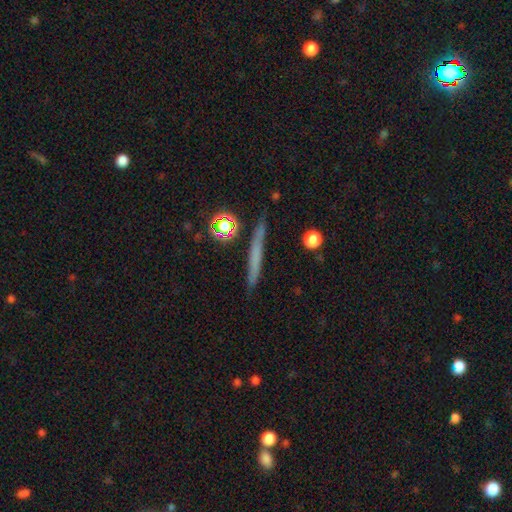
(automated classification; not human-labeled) Smooth or featured? smooth (51%)
How rounded? cigar-shaped (91%)
Merging? none (86%)